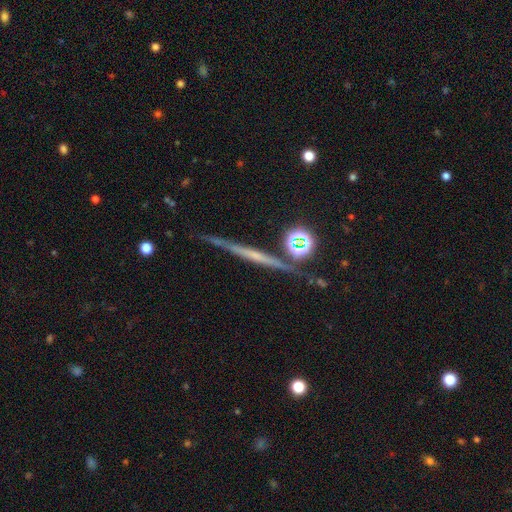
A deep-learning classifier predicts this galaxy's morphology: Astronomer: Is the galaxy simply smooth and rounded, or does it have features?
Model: featured or disk — 64%.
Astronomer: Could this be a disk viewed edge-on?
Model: yes — 96%.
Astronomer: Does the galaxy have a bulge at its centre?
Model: none — 67%.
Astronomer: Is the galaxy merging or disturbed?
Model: none — 83%.